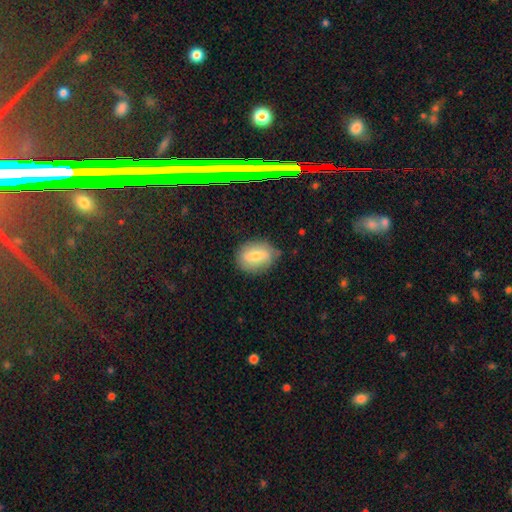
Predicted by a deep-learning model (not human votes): Smooth or featured? Predicted: smooth (p=0.71). How rounded? Predicted: in between (p=0.67). Merging? Predicted: none (p=0.73).